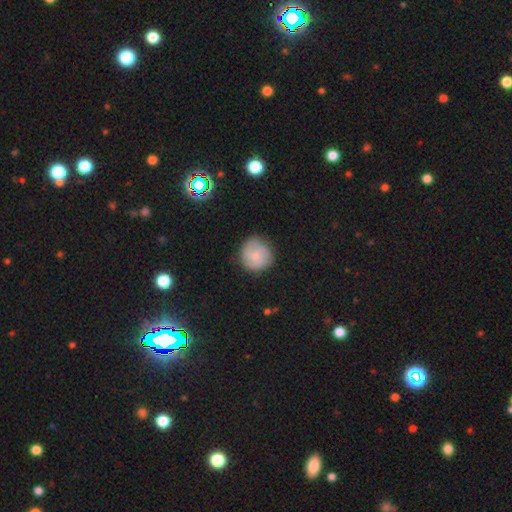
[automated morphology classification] type=smooth (62%); roundness=round (92%); merging=none (78%).